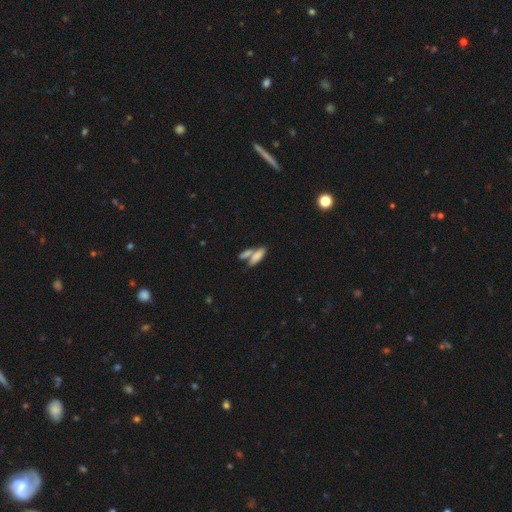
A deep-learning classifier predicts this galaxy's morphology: smooth 77%, featured or disk 14%, star or artifact 9%. Down the decision tree: how rounded — in between (65%); merging — merger (49%).